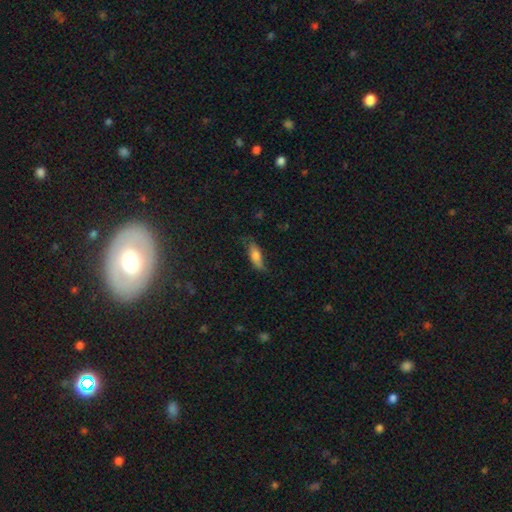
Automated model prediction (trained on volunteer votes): A smooth galaxy with no disk features (72%) that is in between round and cigar-shaped (66%).

Vote fractions:
- Smooth or featured? smooth: 72% / featured or disk: 20% / star or artifact: 7%
- How rounded? in between: 66% / cigar-shaped: 31% / round: 2%
- Merging? none: 64% / minor disturbance: 26% / major disturbance: 8% / merger: 2%